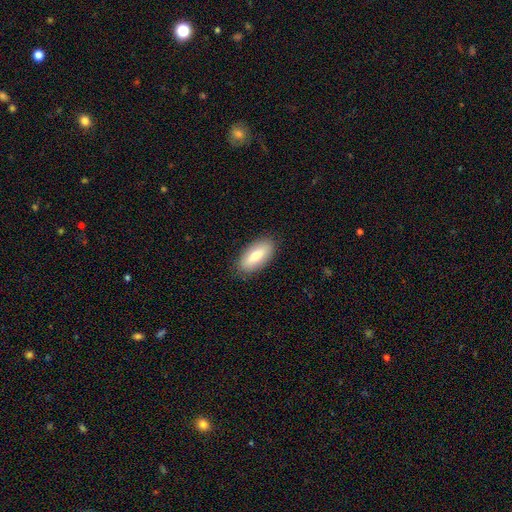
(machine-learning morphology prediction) This is likely a smooth galaxy (74%). How rounded: clearly in between (86%). Merging: clearly none (87%).